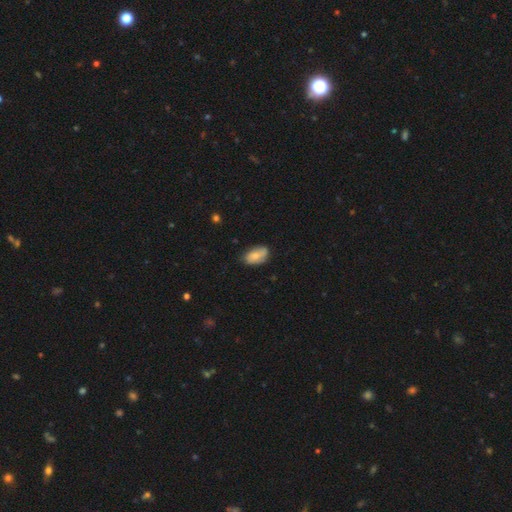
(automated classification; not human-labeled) The model was most divided on "merging": none: 65%, minor disturbance: 28%, major disturbance: 5%, merger: 2%. More confident: how rounded — in between (92%); smooth or featured — smooth (69%).